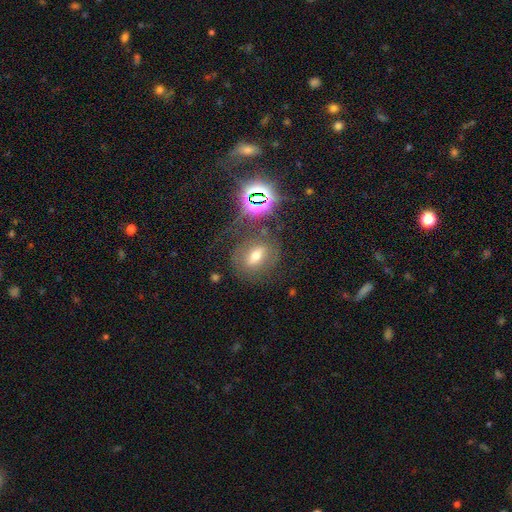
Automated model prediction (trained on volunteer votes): Overall: smooth (41%; featured or disk 31%). Merging: none (69%).